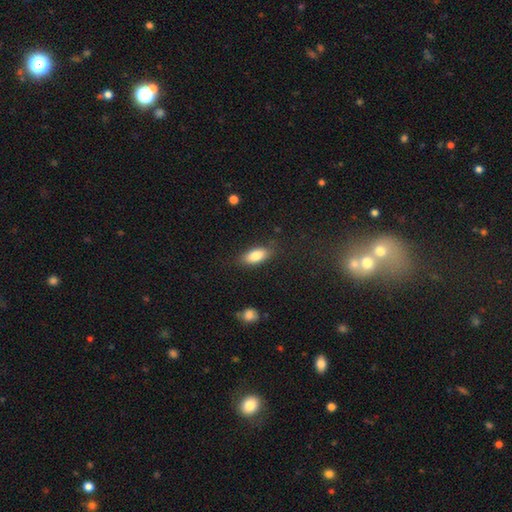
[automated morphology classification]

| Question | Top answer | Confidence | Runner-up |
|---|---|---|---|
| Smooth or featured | smooth | 82% | featured or disk (11%) |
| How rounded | in between | 85% | cigar-shaped (12%) |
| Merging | none | 80% | minor disturbance (14%) |